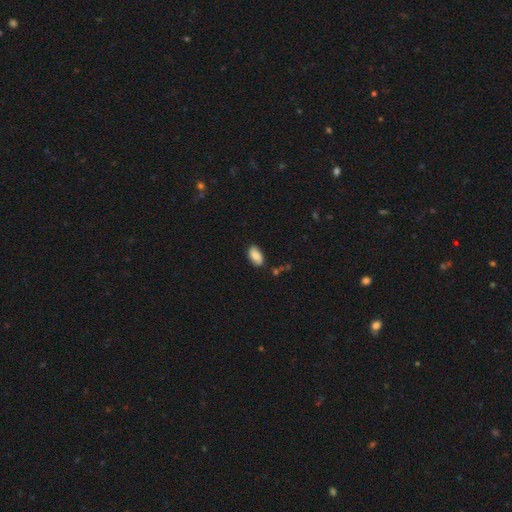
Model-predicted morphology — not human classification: This is clearly a smooth galaxy (83%). How rounded: clearly in between (94%). Merging: likely none (78%).